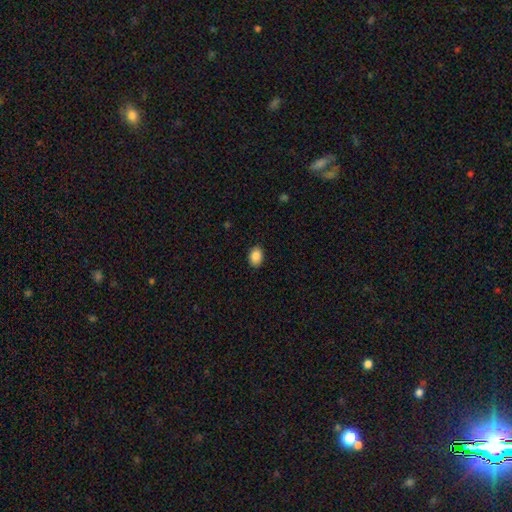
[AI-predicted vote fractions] Smooth or featured?
  - smooth: 88% *
  - star or artifact: 8%
  - featured or disk: 4%
How rounded?
  - in between: 76% *
  - round: 23%
  - cigar-shaped: 1%
Merging?
  - none: 88% *
  - minor disturbance: 9%
  - major disturbance: 2%
  - merger: 1%